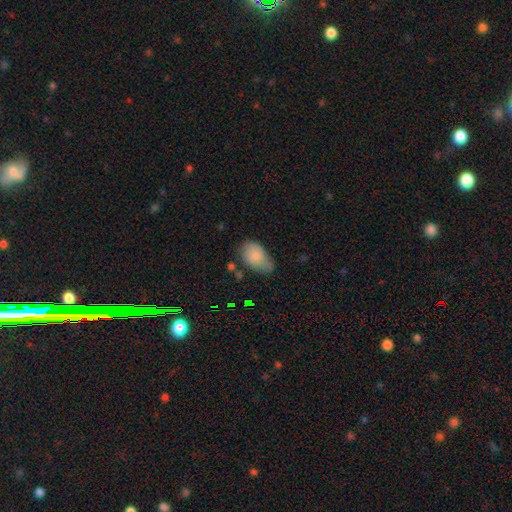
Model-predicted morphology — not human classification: The model was most divided on "merging": none: 46%, minor disturbance: 37%, major disturbance: 11%, merger: 6%. More confident: how rounded — in between (90%); smooth or featured — smooth (82%).